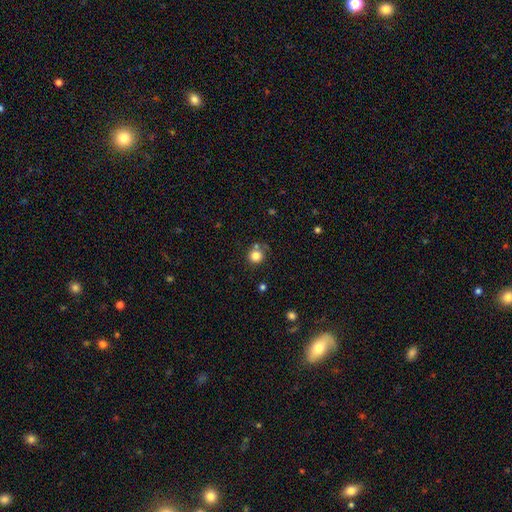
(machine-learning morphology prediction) Smooth or featured?
  - smooth: 82% *
  - star or artifact: 12%
  - featured or disk: 6%
How rounded?
  - round: 90% *
  - in between: 9%
  - cigar-shaped: 1%
Merging?
  - none: 69% *
  - merger: 14%
  - minor disturbance: 12%
  - major disturbance: 4%